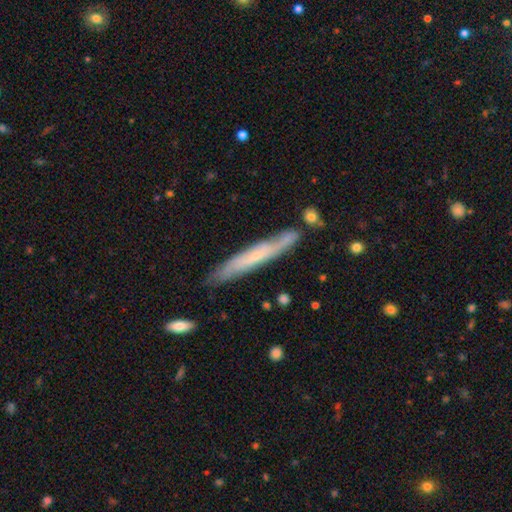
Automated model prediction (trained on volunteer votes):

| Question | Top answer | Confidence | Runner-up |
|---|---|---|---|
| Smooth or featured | featured or disk | 54% | smooth (40%) |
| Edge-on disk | yes | 75% | no (25%) |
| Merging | none | 76% | minor disturbance (16%) |